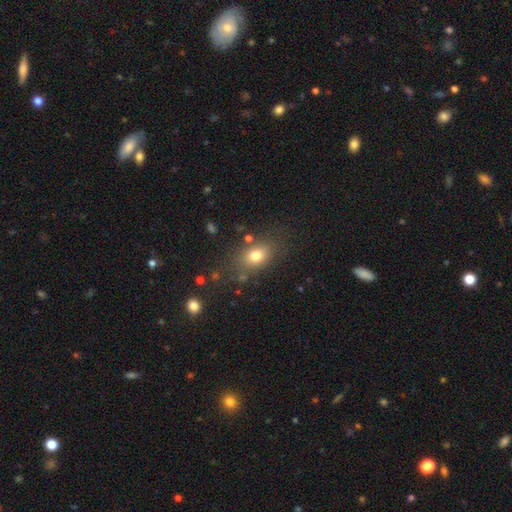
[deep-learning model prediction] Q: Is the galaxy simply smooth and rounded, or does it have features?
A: smooth — 75%.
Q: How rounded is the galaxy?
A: in between — 66%.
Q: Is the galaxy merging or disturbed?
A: none — 75%.